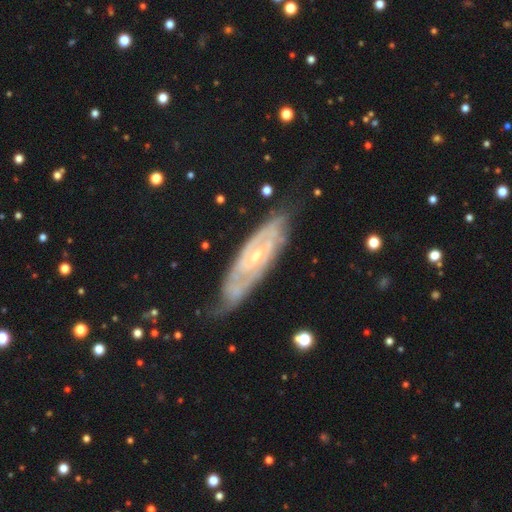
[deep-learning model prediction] smooth-or-featured: featured or disk: 87% | smooth: 7% | star or artifact: 6%
  disk-edge-on: no: 86% | yes: 14%
    bar: weak: 43% | no: 41% | strong: 17%
    has-spiral-arms: yes: 95% | no: 5%
      spiral-winding: tight: 66% | medium: 28% | loose: 6%
      spiral-arm-count: 2: 49% | can't tell: 28% | 3: 11% | 4: 5% | 1: 4% | more than 4: 4%
    bulge-size: small: 73% | moderate: 23% | none: 2% | large: 1% | dominant: 1%
  merging: none: 70% | minor disturbance: 22% | major disturbance: 6% | merger: 2%